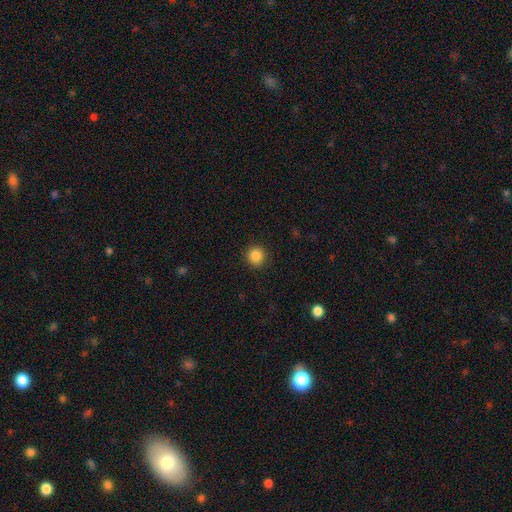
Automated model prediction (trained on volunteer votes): A smooth galaxy with no disk features (86%) that is round (93%). Merging: none (91%).